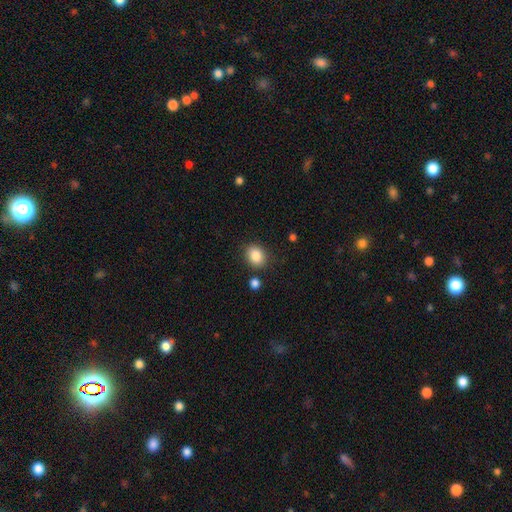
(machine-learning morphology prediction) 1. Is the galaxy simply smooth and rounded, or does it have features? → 85% smooth, 9% star or artifact, 6% featured or disk.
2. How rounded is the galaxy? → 59% round, 40% in between, 1% cigar-shaped.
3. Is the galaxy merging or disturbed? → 83% none, 9% minor disturbance, 4% merger, 3% major disturbance.